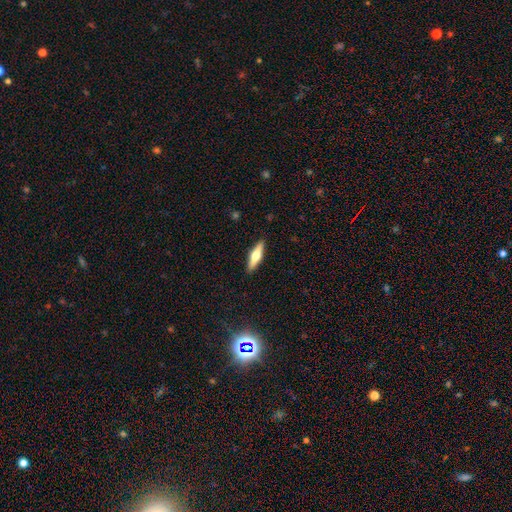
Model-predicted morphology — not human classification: A featured or disk galaxy (49%).

Vote fractions:
- Smooth or featured? featured or disk: 49% / smooth: 45% / star or artifact: 6%
- Merging? none: 90% / minor disturbance: 7% / major disturbance: 2% / merger: 1%